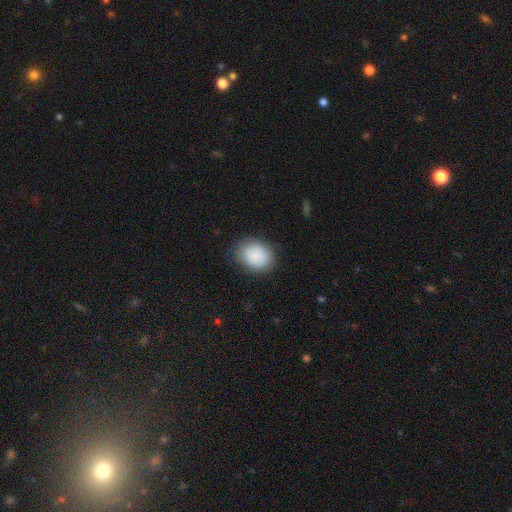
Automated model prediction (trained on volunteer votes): Q: Smooth or featured?
A: smooth (88%); runner-up: star or artifact (7%)
Q: How rounded?
A: in between (58%); runner-up: round (41%)
Q: Merging?
A: none (79%); runner-up: minor disturbance (15%)